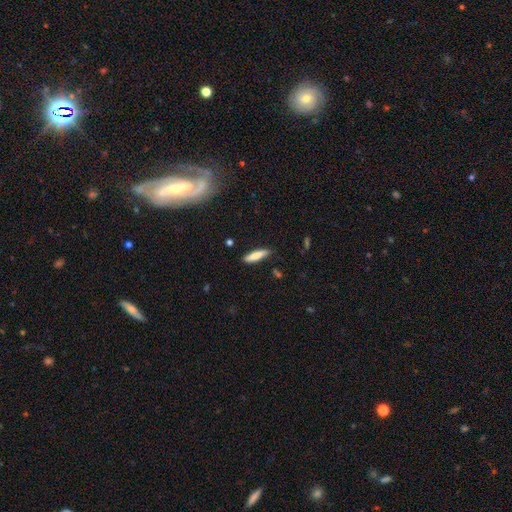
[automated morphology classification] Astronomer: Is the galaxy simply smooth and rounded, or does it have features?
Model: smooth — 79%.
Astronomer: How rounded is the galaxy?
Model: cigar-shaped — 77%.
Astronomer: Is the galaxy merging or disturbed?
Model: none — 86%.